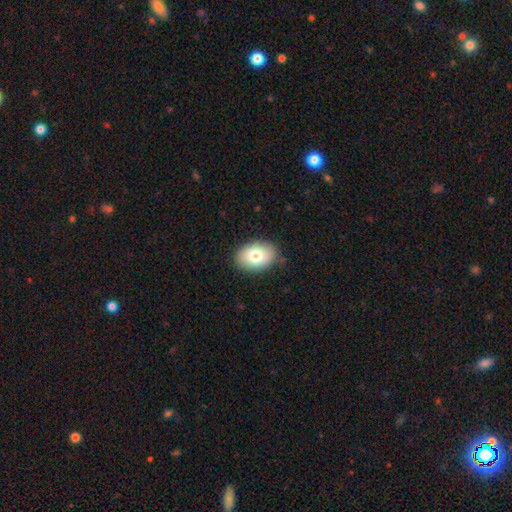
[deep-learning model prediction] smooth-or-featured: smooth: 79% | featured or disk: 13% | star or artifact: 8%
  how-rounded: in between: 84% | round: 15% | cigar-shaped: 1%
  merging: none: 86% | minor disturbance: 10% | major disturbance: 2% | merger: 1%